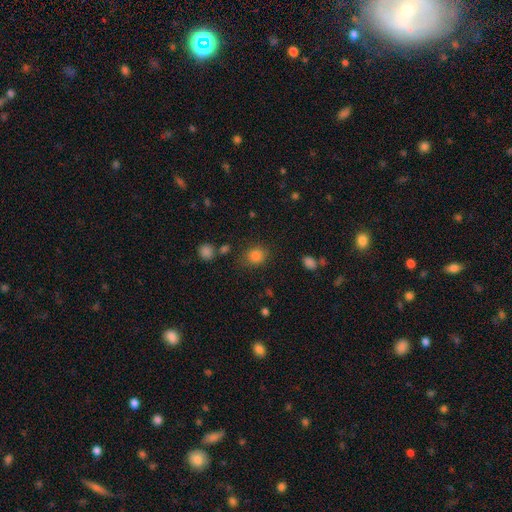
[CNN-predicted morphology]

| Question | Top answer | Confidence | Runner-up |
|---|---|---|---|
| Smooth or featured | smooth | 82% | star or artifact (13%) |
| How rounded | round | 70% | in between (29%) |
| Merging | none | 78% | minor disturbance (13%) |